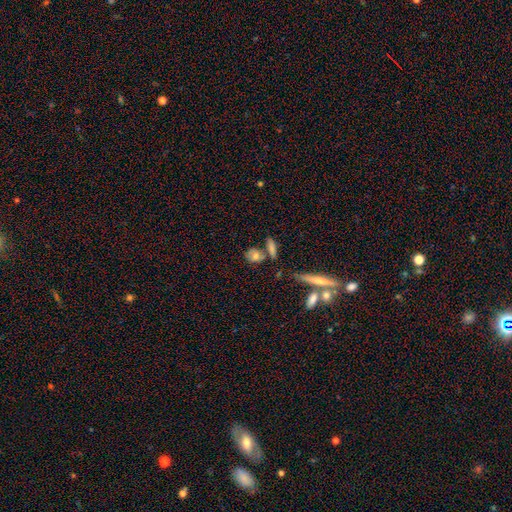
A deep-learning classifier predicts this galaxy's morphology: Smooth or featured?
  - smooth: 73% *
  - featured or disk: 18%
  - star or artifact: 10%
How rounded?
  - in between: 48% *
  - round: 42%
  - cigar-shaped: 9%
Merging?
  - none: 59% *
  - merger: 20%
  - minor disturbance: 15%
  - major disturbance: 5%